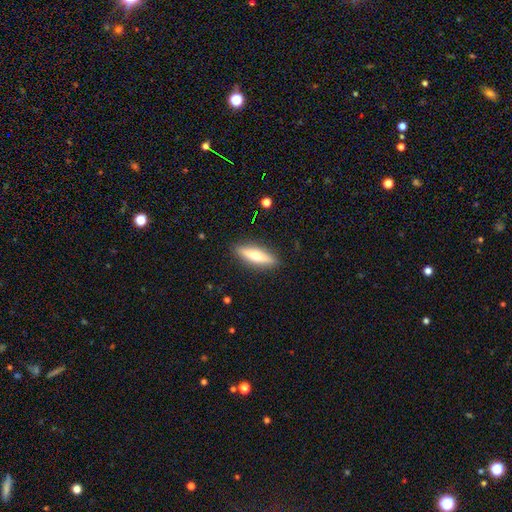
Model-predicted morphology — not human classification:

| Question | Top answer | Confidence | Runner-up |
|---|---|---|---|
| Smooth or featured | smooth | 49% | featured or disk (44%) |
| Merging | none | 90% | minor disturbance (8%) |